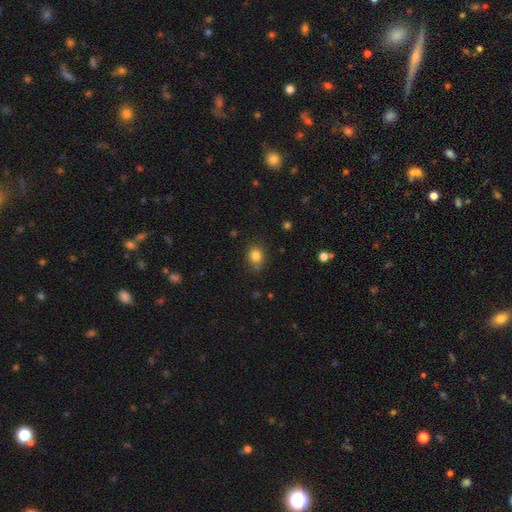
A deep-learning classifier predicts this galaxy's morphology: The model was most divided on "how rounded": round: 61%, in between: 38%, cigar-shaped: 1%. More confident: smooth or featured — smooth (83%); merging — none (74%).